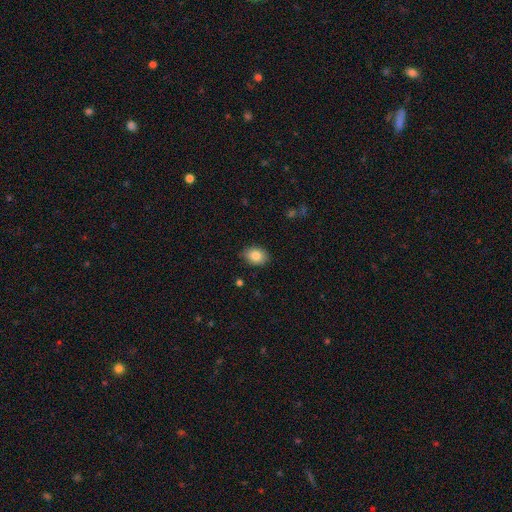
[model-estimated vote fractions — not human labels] Smooth or featured: smooth — 84% (star or artifact — 8%)
How rounded: in between — 73% (round — 26%)
Merging: none — 85% (minor disturbance — 11%)